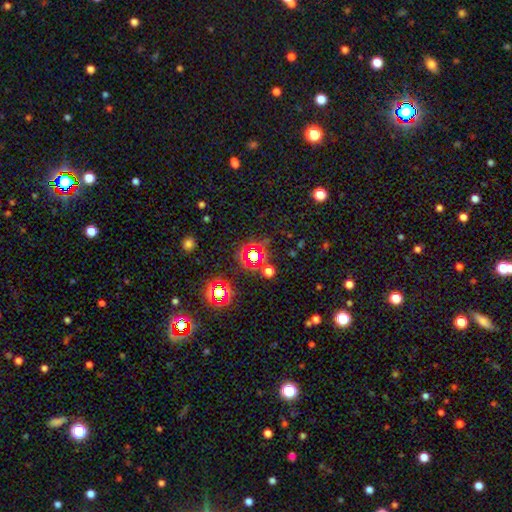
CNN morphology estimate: Smooth or featured?
  - star or artifact: 64% *
  - smooth: 27%
  - featured or disk: 9%